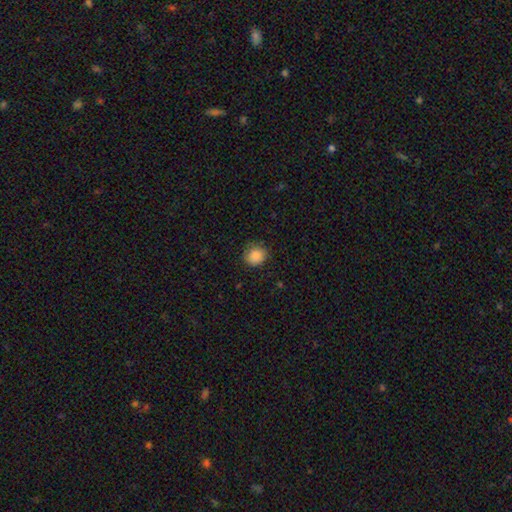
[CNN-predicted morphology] Smooth or featured? smooth (86%)
How rounded? round (82%)
Merging? none (80%)